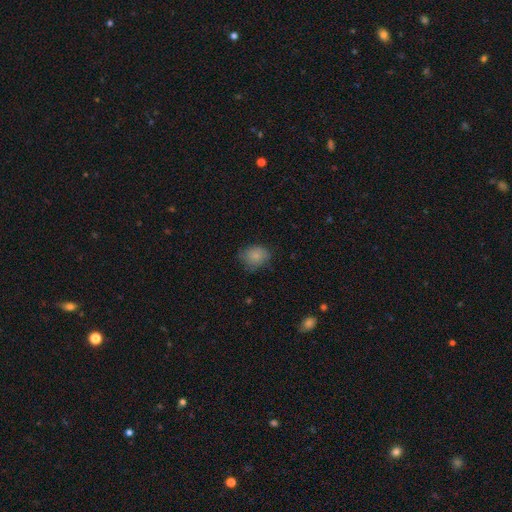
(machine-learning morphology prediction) Smooth or featured? Predicted: smooth (p=0.82). How rounded? Predicted: round (p=0.57). Merging? Predicted: none (p=0.67).